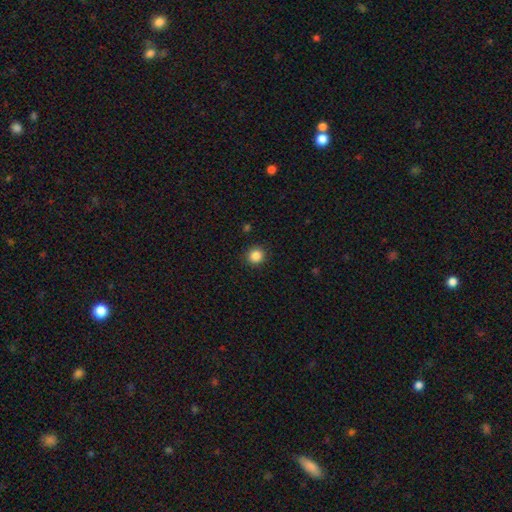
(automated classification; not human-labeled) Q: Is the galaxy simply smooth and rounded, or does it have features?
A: smooth — 86%.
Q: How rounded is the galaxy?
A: round — 93%.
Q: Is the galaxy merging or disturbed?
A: none — 91%.